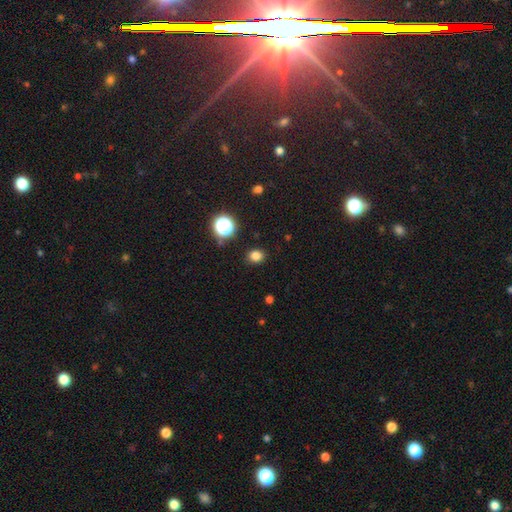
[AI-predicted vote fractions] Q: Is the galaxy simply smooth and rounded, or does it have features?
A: smooth — 81%.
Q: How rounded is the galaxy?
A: round — 64%.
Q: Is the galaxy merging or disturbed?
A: none — 89%.